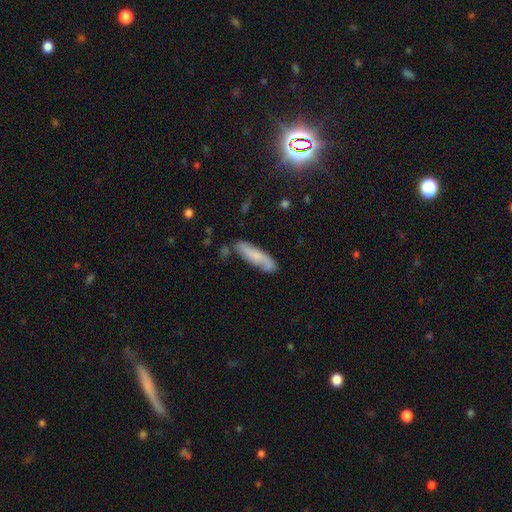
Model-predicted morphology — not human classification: This appears to be a smooth galaxy with no disk features (57%) that is cigar-shaped (63%). Merging: none (72%).